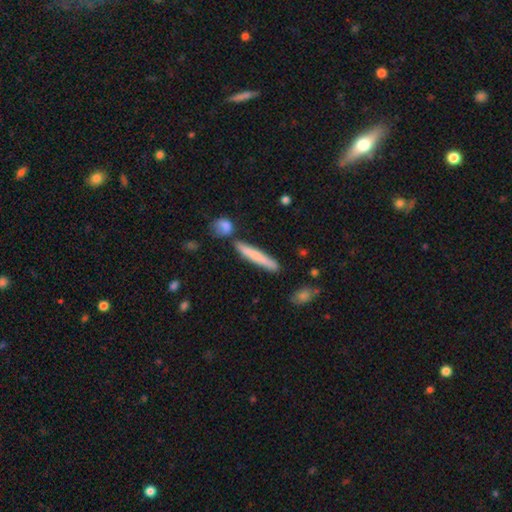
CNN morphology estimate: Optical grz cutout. It shows a smooth galaxy with no disk features (69%) that is cigar-shaped (95%). Merging: none (78%).